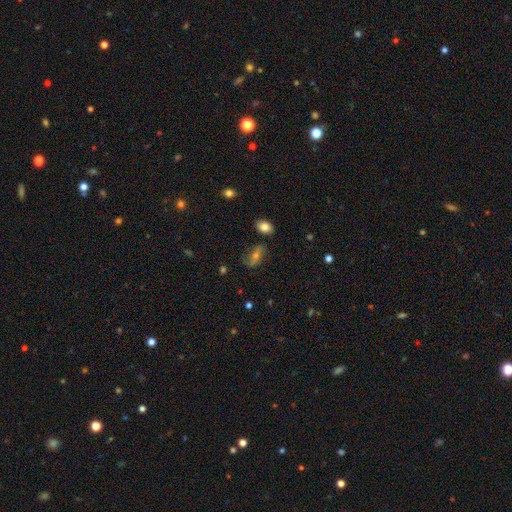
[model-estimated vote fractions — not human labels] Q: Smooth or featured?
A: featured or disk (42%); runner-up: smooth (37%)
Q: Merging?
A: none (66%); runner-up: minor disturbance (19%)